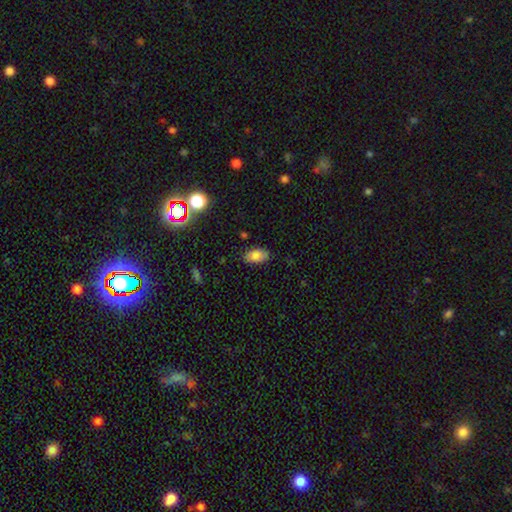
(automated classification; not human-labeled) The model was most divided on "smooth or featured": smooth: 79%, featured or disk: 12%, star or artifact: 9%. More confident: how rounded — in between (93%); merging — none (83%).